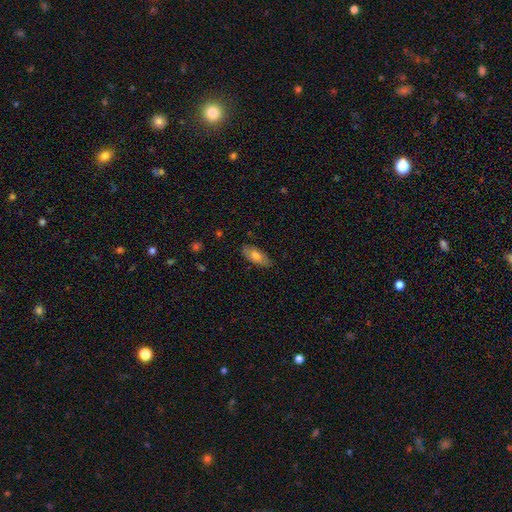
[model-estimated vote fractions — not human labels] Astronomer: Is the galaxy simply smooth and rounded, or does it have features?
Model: smooth — 70%.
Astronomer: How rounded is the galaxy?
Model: in between — 86%.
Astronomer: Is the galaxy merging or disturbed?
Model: none — 82%.